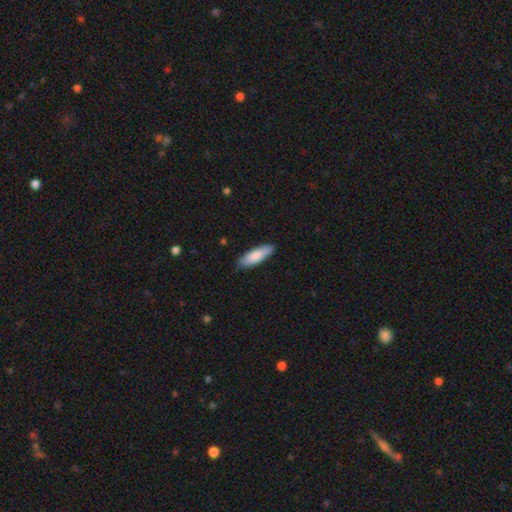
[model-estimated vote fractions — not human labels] The model was most divided on "how rounded": in between: 56%, cigar-shaped: 43%, round: 2%. More confident: merging — none (85%); smooth or featured — smooth (84%).